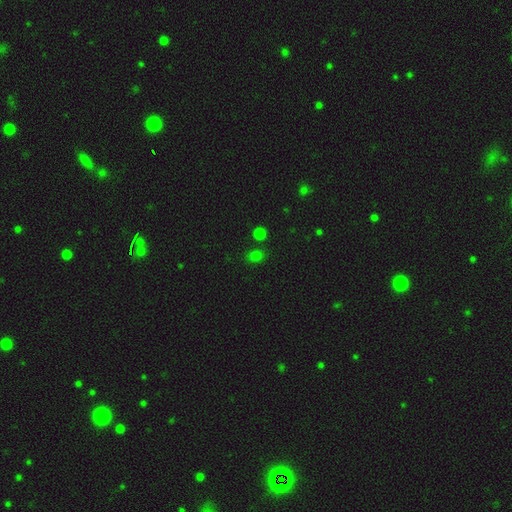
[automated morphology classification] smooth_or_featured: smooth (p=0.73) [alt: star or artifact p=0.22]
how_rounded: round (p=0.59) [alt: in between p=0.39]
merging: none (p=0.79) [alt: minor disturbance p=0.11]